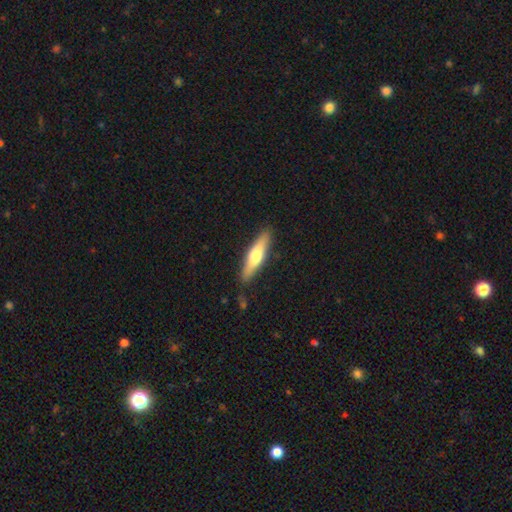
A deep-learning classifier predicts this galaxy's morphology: The model was most divided on "smooth or featured": smooth: 56%, featured or disk: 39%, star or artifact: 5%. More confident: merging — none (88%); how rounded — cigar-shaped (74%).